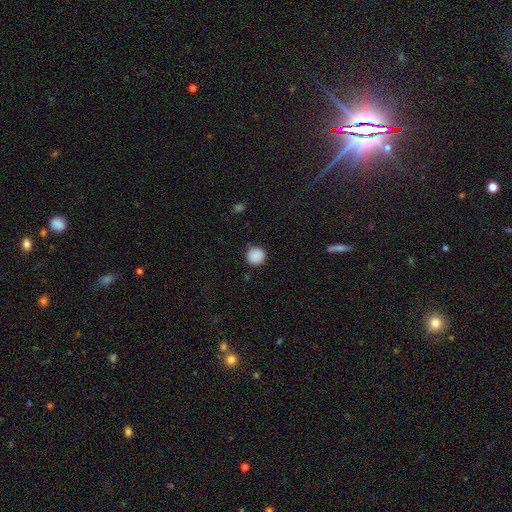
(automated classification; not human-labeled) Smooth or featured?
  - smooth: 88% *
  - star or artifact: 9%
  - featured or disk: 3%
How rounded?
  - round: 93% *
  - in between: 6%
  - cigar-shaped: 1%
Merging?
  - none: 86% *
  - minor disturbance: 10%
  - major disturbance: 3%
  - merger: 2%